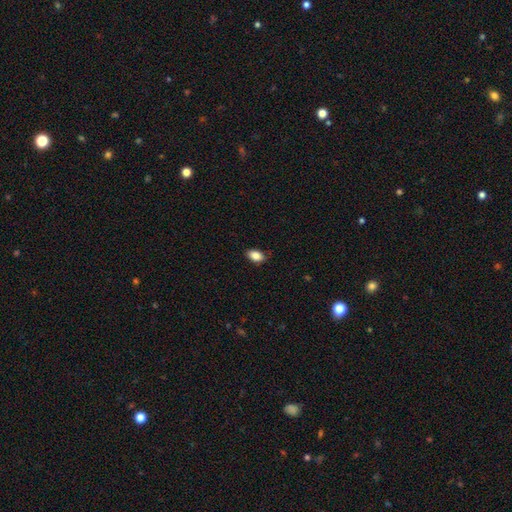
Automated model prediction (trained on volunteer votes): Smooth or featured? smooth (87%)
How rounded? in between (89%)
Merging? none (83%)